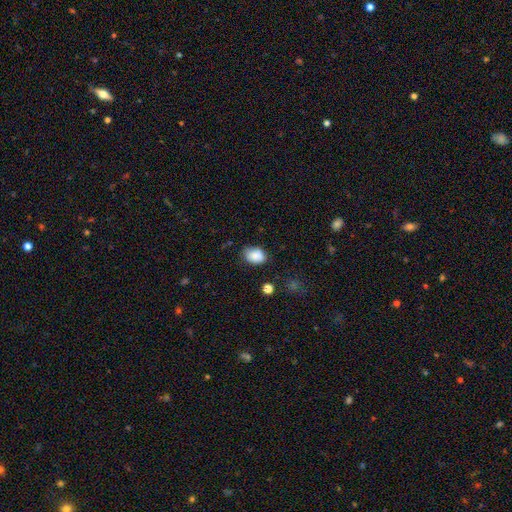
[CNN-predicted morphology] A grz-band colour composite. It shows a smooth galaxy with no disk features (85%) that is in between round and cigar-shaped (69%). Merging: none (68%).